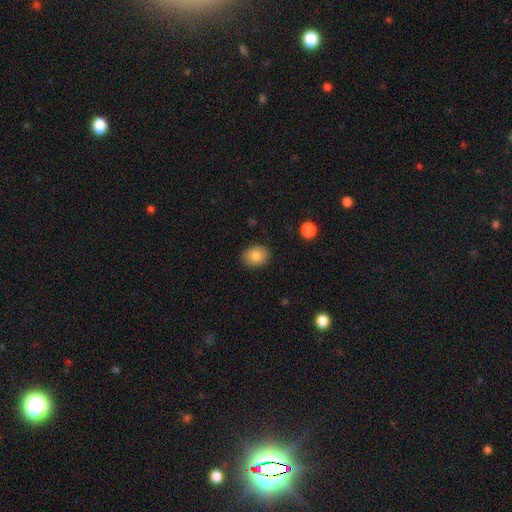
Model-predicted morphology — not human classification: Smooth or featured?
  - smooth: 82% *
  - featured or disk: 10%
  - star or artifact: 8%
How rounded?
  - in between: 58% *
  - round: 41%
  - cigar-shaped: 1%
Merging?
  - none: 88% *
  - minor disturbance: 9%
  - major disturbance: 2%
  - merger: 1%